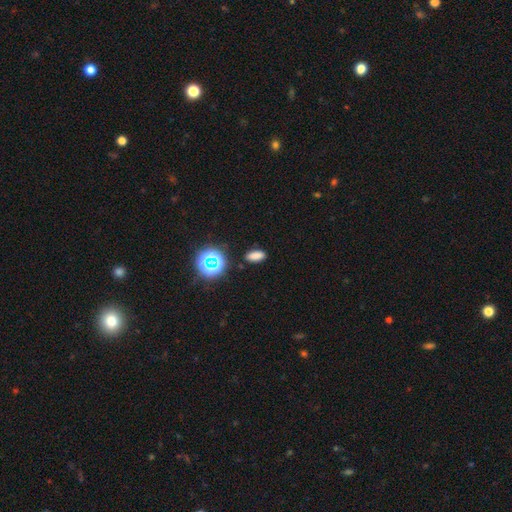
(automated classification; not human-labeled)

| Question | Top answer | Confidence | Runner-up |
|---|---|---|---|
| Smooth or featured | smooth | 77% | star or artifact (18%) |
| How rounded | in between | 81% | cigar-shaped (11%) |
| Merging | none | 87% | minor disturbance (8%) |